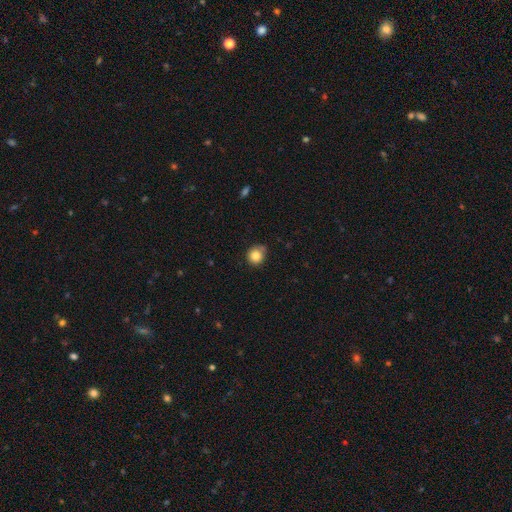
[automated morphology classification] Smooth or featured? smooth (84%)
How rounded? round (87%)
Merging? none (68%)